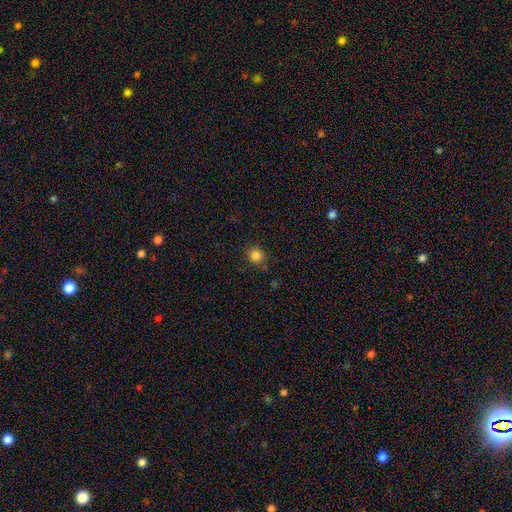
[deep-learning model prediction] This is clearly a smooth galaxy (83%). How rounded: clearly round (84%). Merging: clearly none (82%).